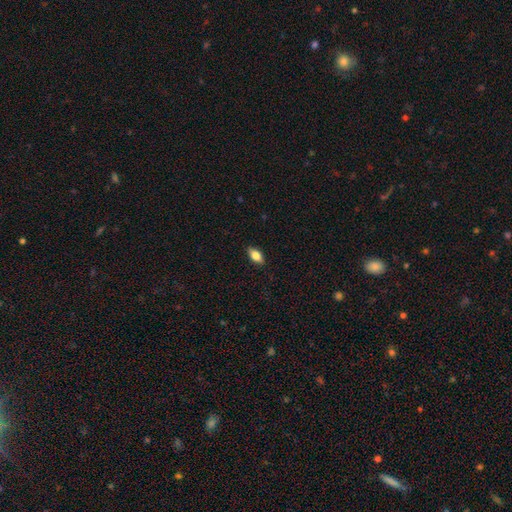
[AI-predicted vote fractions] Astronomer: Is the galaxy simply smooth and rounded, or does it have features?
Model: smooth — 78%.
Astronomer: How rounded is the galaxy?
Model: in between — 88%.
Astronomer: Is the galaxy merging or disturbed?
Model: none — 88%.